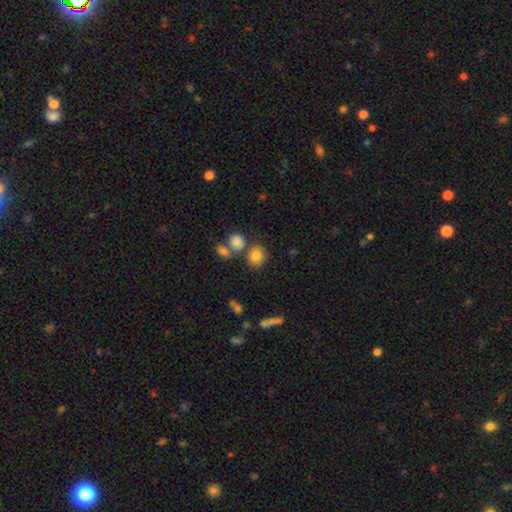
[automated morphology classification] Smooth or featured? smooth (82%)
How rounded? round (70%)
Merging? none (65%)